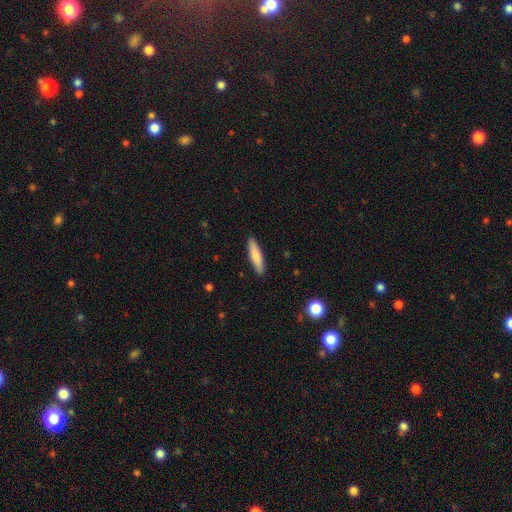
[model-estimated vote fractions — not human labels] A smooth galaxy with no disk features (80%) that is cigar-shaped (79%). Merging: none (90%).